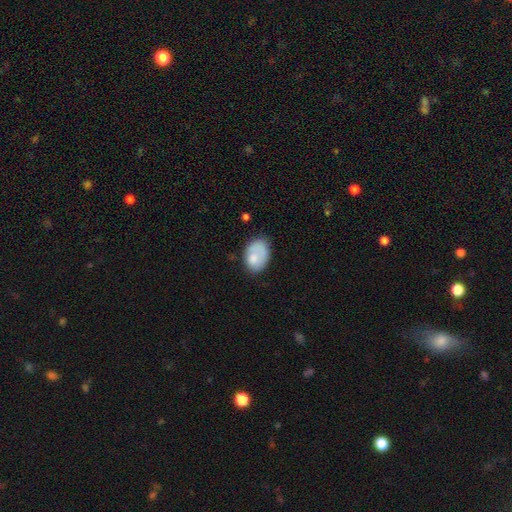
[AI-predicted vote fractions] Smooth or featured? smooth (74%)
How rounded? in between (84%)
Merging? none (52%)